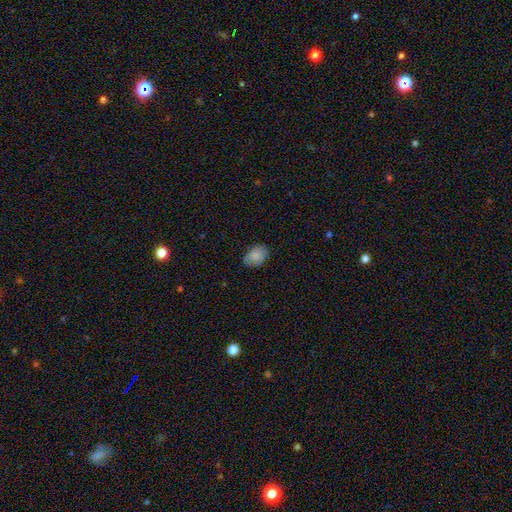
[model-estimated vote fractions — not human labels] smooth-or-featured: smooth: 85% | star or artifact: 8% | featured or disk: 8%
  how-rounded: in between: 74% | round: 25% | cigar-shaped: 1%
  merging: none: 74% | minor disturbance: 21% | major disturbance: 4% | merger: 1%